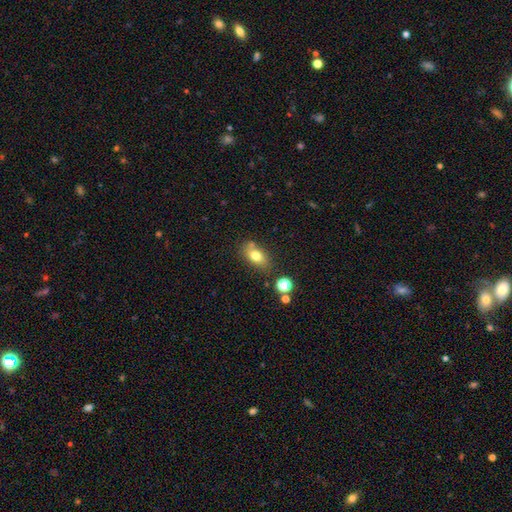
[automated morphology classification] Smooth or featured: smooth — 76% (featured or disk — 14%)
How rounded: in between — 81% (round — 14%)
Merging: none — 70% (minor disturbance — 16%)